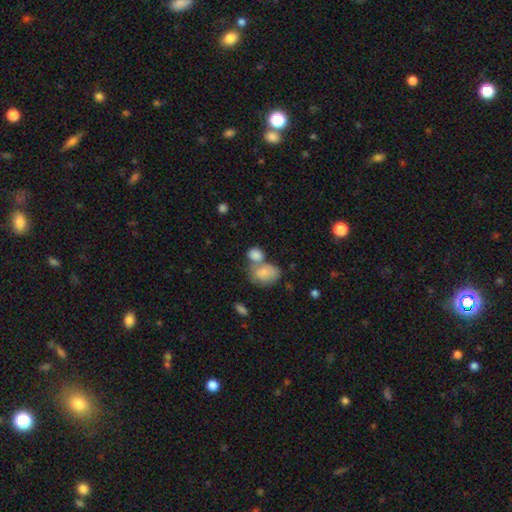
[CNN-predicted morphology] smooth-or-featured: smooth: 82% | featured or disk: 10% | star or artifact: 8%
  how-rounded: in between: 63% | round: 36% | cigar-shaped: 2%
  merging: merger: 54% | none: 30% | minor disturbance: 11% | major disturbance: 5%